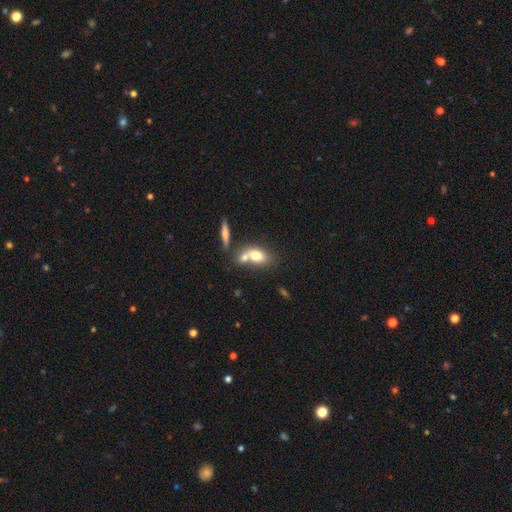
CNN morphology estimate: smooth 72%, featured or disk 19%, star or artifact 8%. Down the decision tree: how rounded — in between (79%); merging — merger (52%).